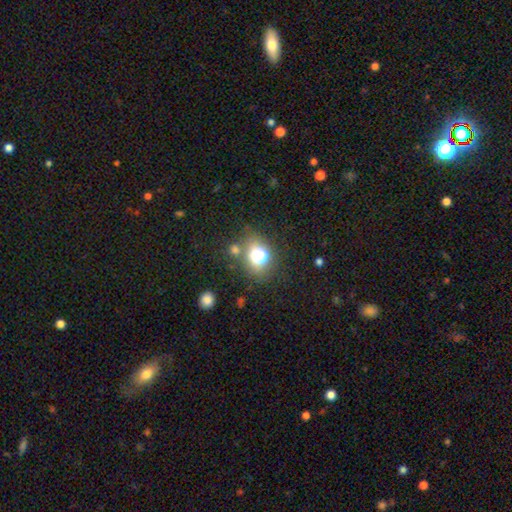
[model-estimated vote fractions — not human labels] Smooth or featured? smooth (57%)
How rounded? round (68%)
Merging? none (63%)